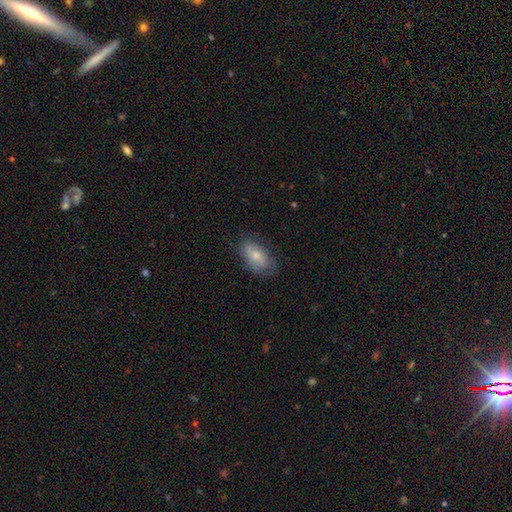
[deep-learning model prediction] This appears to be a smooth galaxy with no disk features (72%) that is in between round and cigar-shaped (92%). Merging: none (72%).